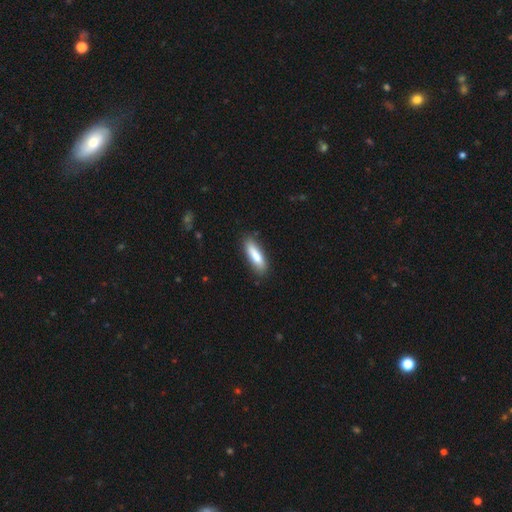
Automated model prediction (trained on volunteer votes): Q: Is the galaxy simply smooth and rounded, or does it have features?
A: smooth — 81%.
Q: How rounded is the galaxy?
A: cigar-shaped — 58%.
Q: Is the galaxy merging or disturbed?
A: none — 81%.